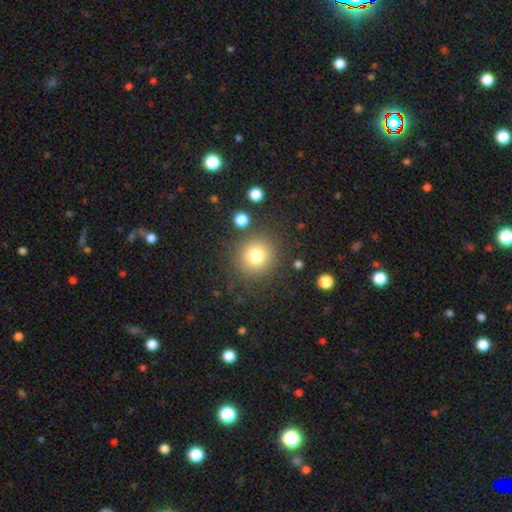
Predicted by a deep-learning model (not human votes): Smooth or featured? Predicted: smooth (p=0.78). How rounded? Predicted: round (p=0.91). Merging? Predicted: none (p=0.84).